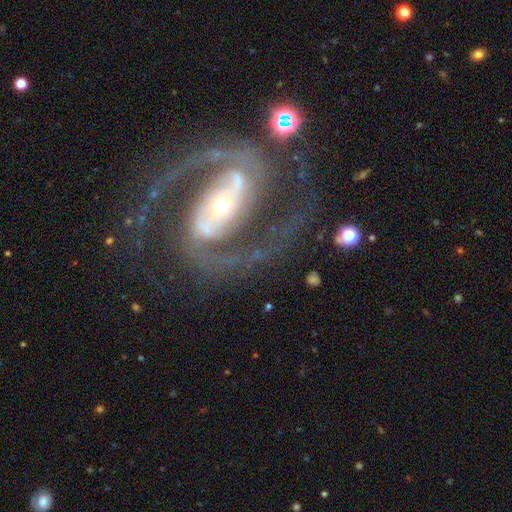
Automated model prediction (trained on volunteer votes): Smooth or featured? featured or disk (93%)
Edge-on disk? no (98%)
Bar? strong (55%)
Spiral arms? yes (98%)
Spiral winding? medium (64%)
Spiral arm count? 2 (94%)
Bulge size? small (55%)
Merging? none (75%)